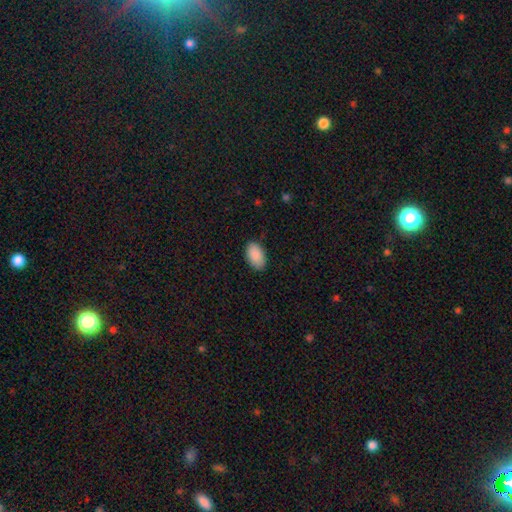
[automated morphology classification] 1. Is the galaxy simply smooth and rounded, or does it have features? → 90% smooth, 7% star or artifact, 3% featured or disk.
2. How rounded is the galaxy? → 94% in between, 5% round, 1% cigar-shaped.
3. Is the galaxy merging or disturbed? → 85% none, 12% minor disturbance, 2% major disturbance, 1% merger.